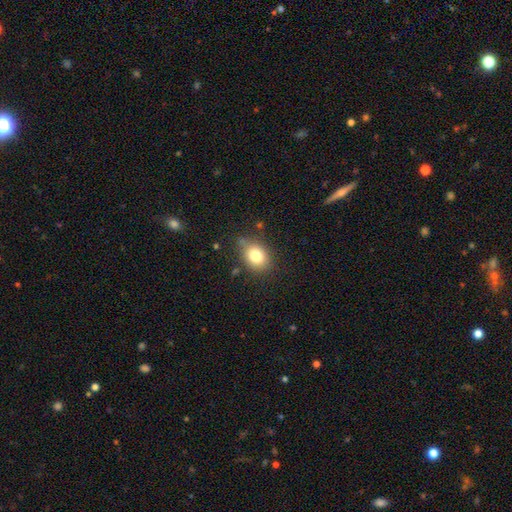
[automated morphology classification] Smooth or featured? Predicted: smooth (p=0.79). How rounded? Predicted: in between (p=0.60). Merging? Predicted: none (p=0.76).